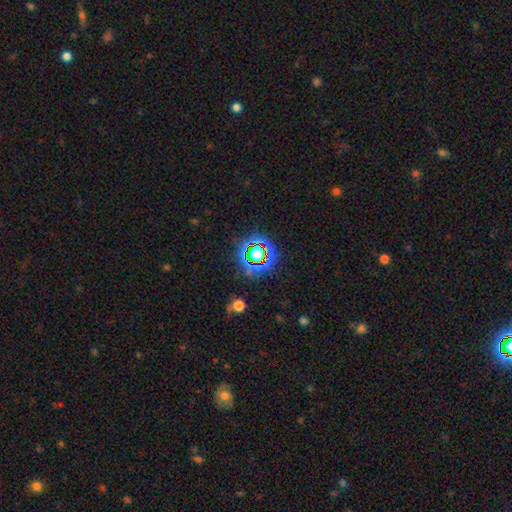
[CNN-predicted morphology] smooth-or-featured: star or artifact: 68% | smooth: 20% | featured or disk: 11%